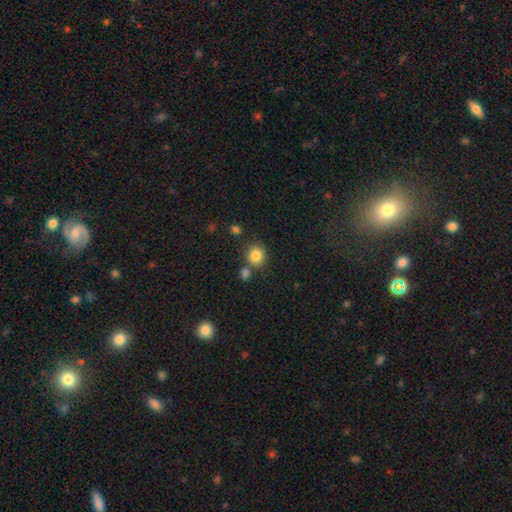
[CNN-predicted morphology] A smooth galaxy with no disk features (83%) that is round (82%).

Vote fractions:
- Smooth or featured? smooth: 83% / star or artifact: 11% / featured or disk: 6%
- How rounded? round: 82% / in between: 17% / cigar-shaped: 1%
- Merging? none: 71% / merger: 15% / minor disturbance: 10% / major disturbance: 3%